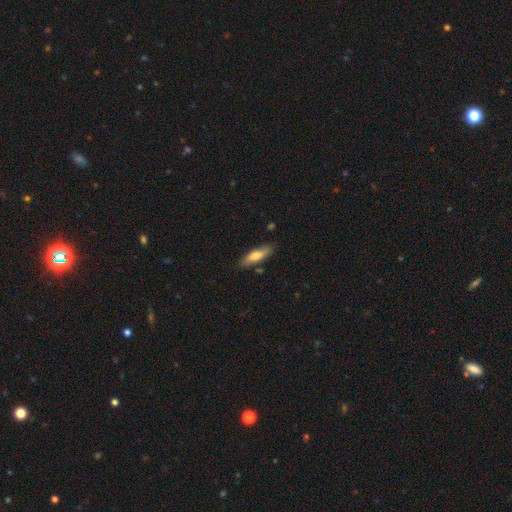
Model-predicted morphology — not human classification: smooth_or_featured: smooth (p=0.67) [alt: featured or disk p=0.27]
how_rounded: cigar-shaped (p=0.56) [alt: in between p=0.42]
merging: none (p=0.81) [alt: minor disturbance p=0.14]